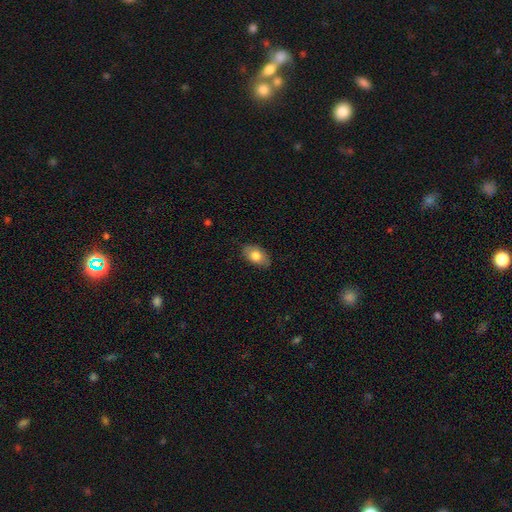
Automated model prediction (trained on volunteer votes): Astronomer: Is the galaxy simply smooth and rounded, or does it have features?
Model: smooth — 78%.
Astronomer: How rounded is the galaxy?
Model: in between — 91%.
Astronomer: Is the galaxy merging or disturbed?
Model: none — 81%.